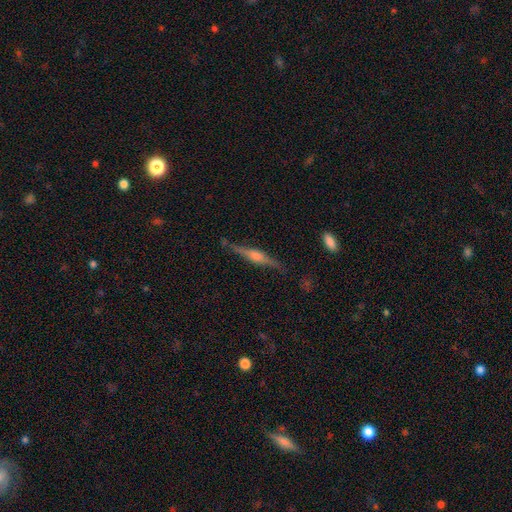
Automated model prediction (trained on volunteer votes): This appears to be a featured or disk galaxy (78%) viewed edge-on (98%) with a rounded central bulge (83%). Merging: none (85%).